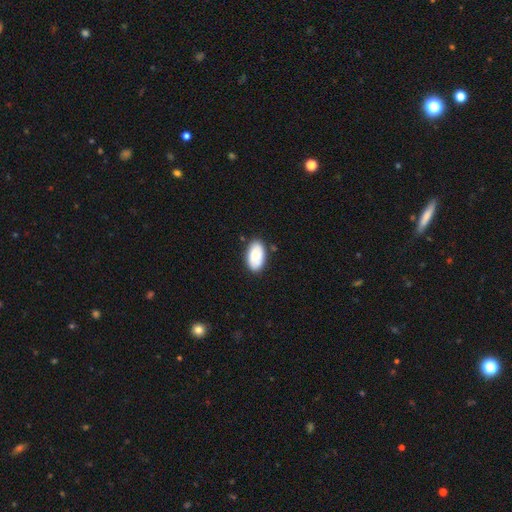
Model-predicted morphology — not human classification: smooth_or_featured: smooth (p=0.79) [alt: featured or disk p=0.15]
how_rounded: in between (p=0.95) [alt: round p=0.04]
merging: none (p=0.82) [alt: minor disturbance p=0.14]